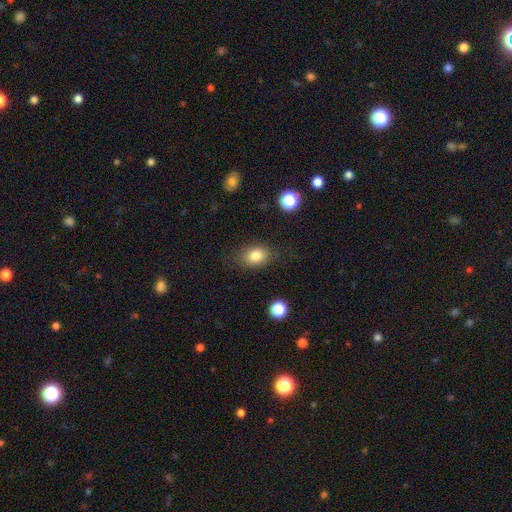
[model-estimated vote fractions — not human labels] This appears to be a smooth galaxy with no disk features (81%) that is in between round and cigar-shaped (69%). Merging: none (79%).